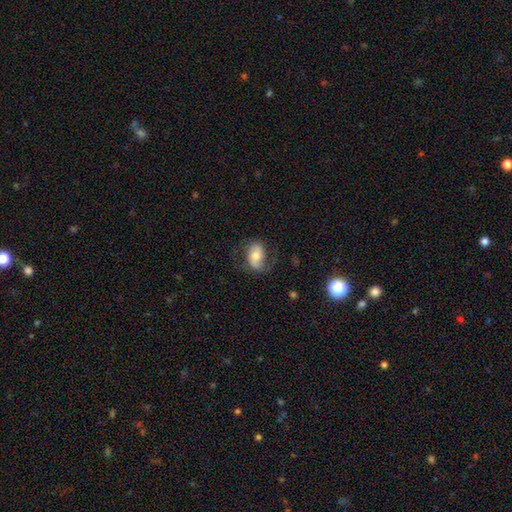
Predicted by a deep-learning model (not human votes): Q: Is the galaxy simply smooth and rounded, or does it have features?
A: smooth — 49%.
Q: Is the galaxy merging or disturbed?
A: none — 64%.